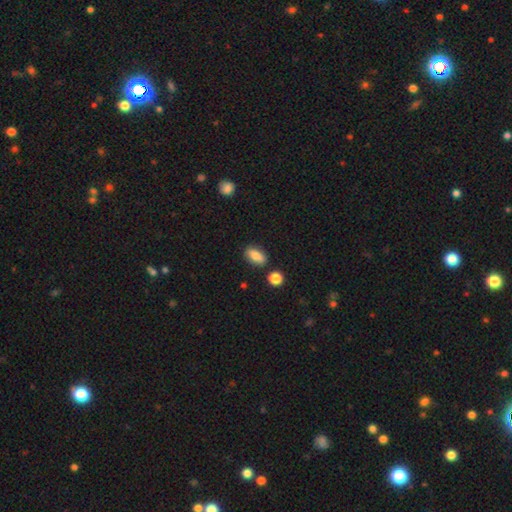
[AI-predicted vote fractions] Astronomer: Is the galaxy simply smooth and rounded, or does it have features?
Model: smooth — 80%.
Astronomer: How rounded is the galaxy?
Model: in between — 80%.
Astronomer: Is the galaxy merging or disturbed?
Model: none — 83%.